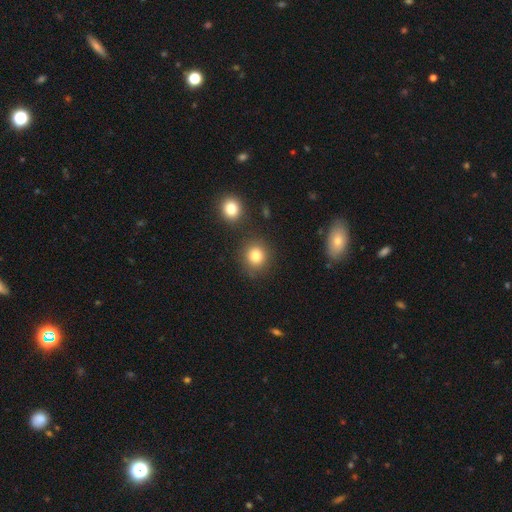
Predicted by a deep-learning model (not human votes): Q: Smooth or featured?
A: smooth (83%); runner-up: star or artifact (11%)
Q: How rounded?
A: round (86%); runner-up: in between (13%)
Q: Merging?
A: none (82%); runner-up: minor disturbance (9%)